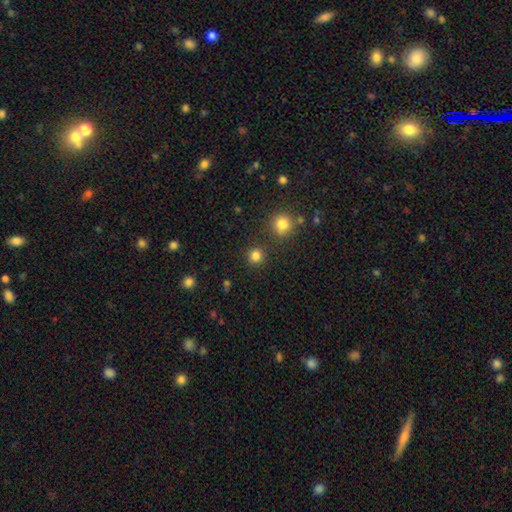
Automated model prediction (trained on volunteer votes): smooth-or-featured: smooth: 83% | star or artifact: 14% | featured or disk: 4%
  how-rounded: round: 92% | in between: 7% | cigar-shaped: 1%
  merging: none: 86% | minor disturbance: 6% | merger: 5% | major disturbance: 3%